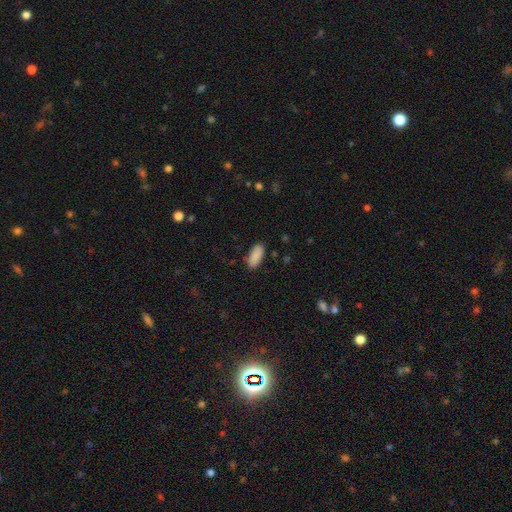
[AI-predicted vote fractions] Morphology: type=smooth (90%); roundness=in between (88%); merging=none (85%).